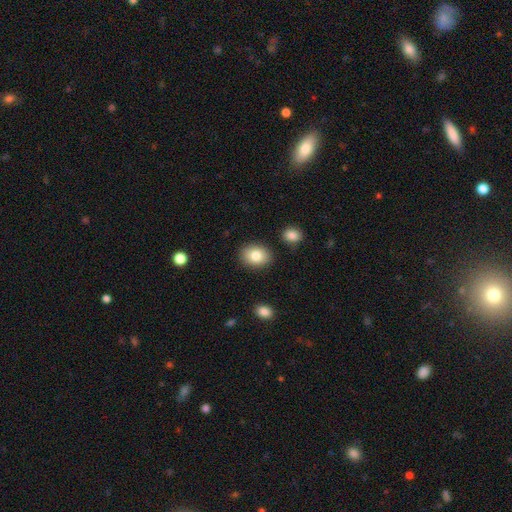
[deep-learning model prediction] Smooth or featured?
  - smooth: 83% *
  - featured or disk: 9%
  - star or artifact: 8%
How rounded?
  - in between: 63% *
  - round: 36%
  - cigar-shaped: 1%
Merging?
  - none: 87% *
  - minor disturbance: 8%
  - merger: 3%
  - major disturbance: 2%